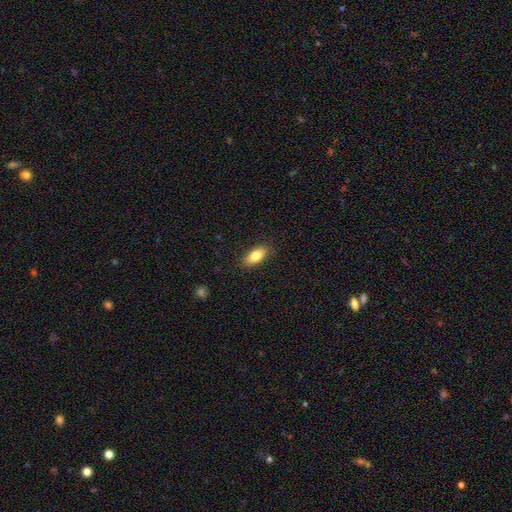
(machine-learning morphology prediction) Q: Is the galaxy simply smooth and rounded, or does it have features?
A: smooth — 81%.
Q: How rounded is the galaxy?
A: in between — 85%.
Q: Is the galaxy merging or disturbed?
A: none — 86%.